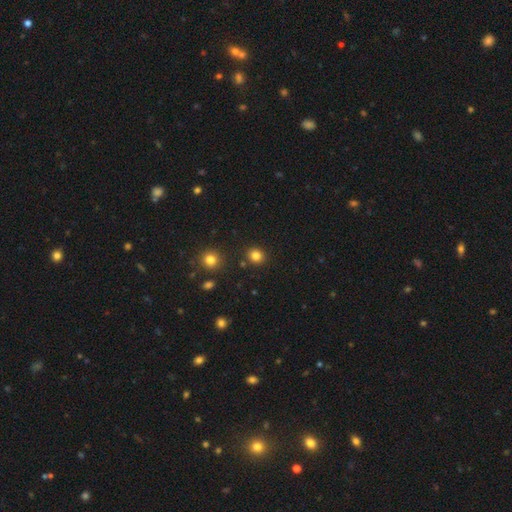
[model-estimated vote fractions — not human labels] Smooth or featured?
  - smooth: 83% *
  - star or artifact: 12%
  - featured or disk: 5%
How rounded?
  - round: 81% *
  - in between: 19%
  - cigar-shaped: 1%
Merging?
  - none: 88% *
  - minor disturbance: 7%
  - merger: 3%
  - major disturbance: 2%